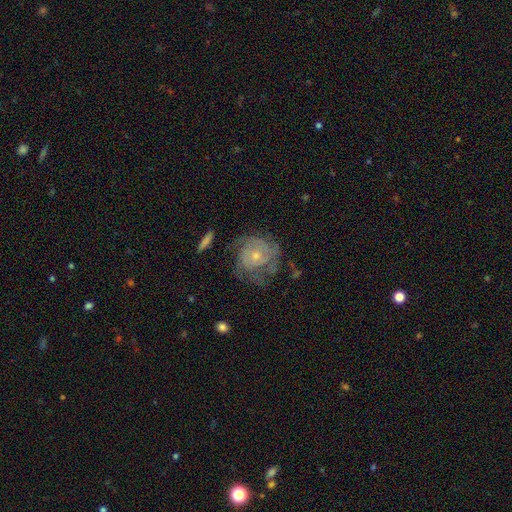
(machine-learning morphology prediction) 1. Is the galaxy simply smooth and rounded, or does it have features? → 73% featured or disk, 20% smooth, 7% star or artifact.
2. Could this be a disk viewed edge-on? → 97% no, 3% yes.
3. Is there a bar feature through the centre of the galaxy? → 80% no, 17% weak, 3% strong.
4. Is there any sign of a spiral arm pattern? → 82% yes, 18% no.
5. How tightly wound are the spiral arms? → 64% tight, 27% medium, 9% loose.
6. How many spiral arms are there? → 48% can't tell, 19% 2, 15% 3, 8% 4, 6% 1, 5% more than 4.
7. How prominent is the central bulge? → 60% small, 35% moderate, 2% none, 2% large, 1% dominant.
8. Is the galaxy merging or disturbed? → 55% none, 23% minor disturbance, 20% major disturbance, 2% merger.